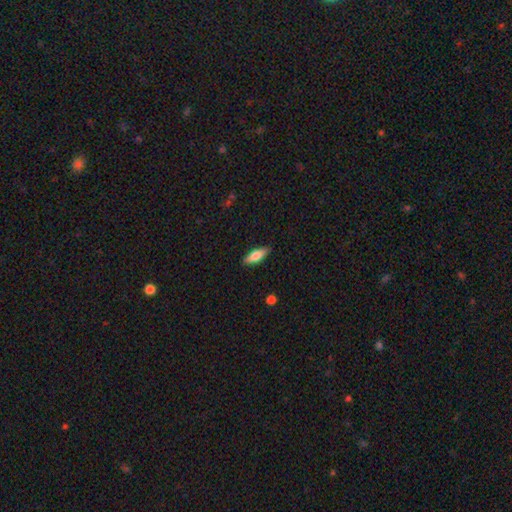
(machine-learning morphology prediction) This is likely a smooth galaxy (74%). How rounded: likely in between (60%). Merging: clearly none (87%).